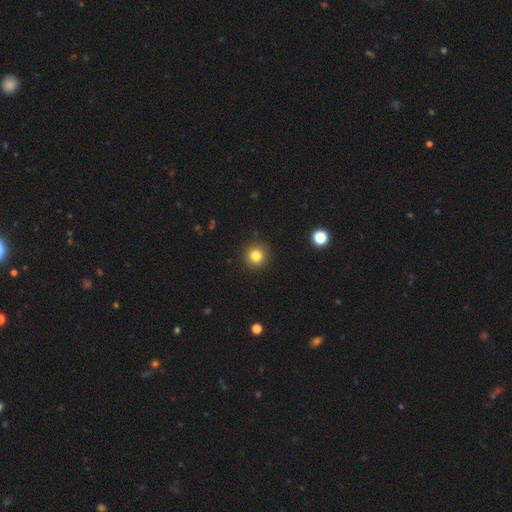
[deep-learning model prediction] This is clearly a smooth galaxy (82%). How rounded: clearly round (94%). Merging: clearly none (91%).